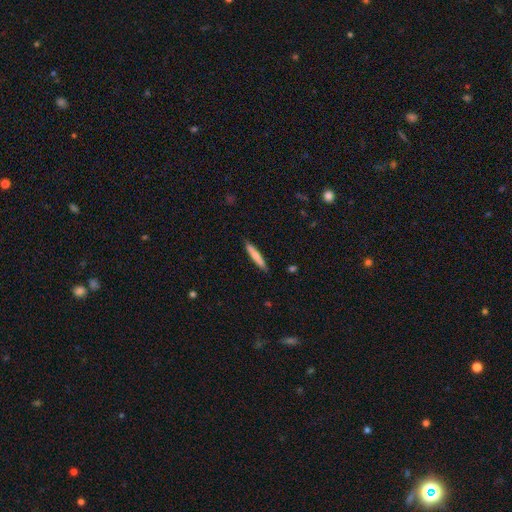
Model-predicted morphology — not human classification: smooth-or-featured: smooth: 68% | featured or disk: 26% | star or artifact: 6%
  how-rounded: cigar-shaped: 92% | in between: 6% | round: 1%
  merging: none: 86% | minor disturbance: 10% | major disturbance: 2% | merger: 1%